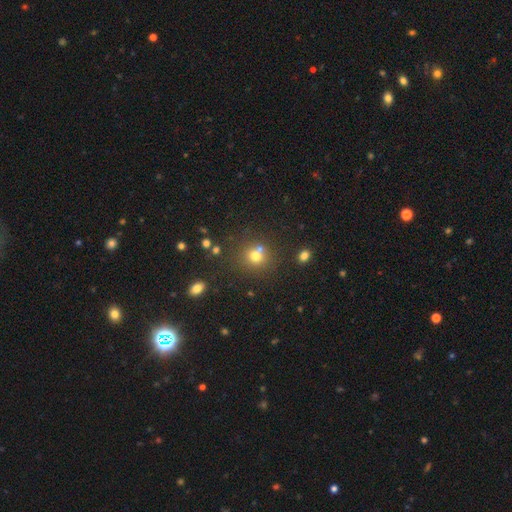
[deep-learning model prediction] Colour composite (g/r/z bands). It shows a smooth galaxy with no disk features (71%) that is round (86%). Merging: none (62%).